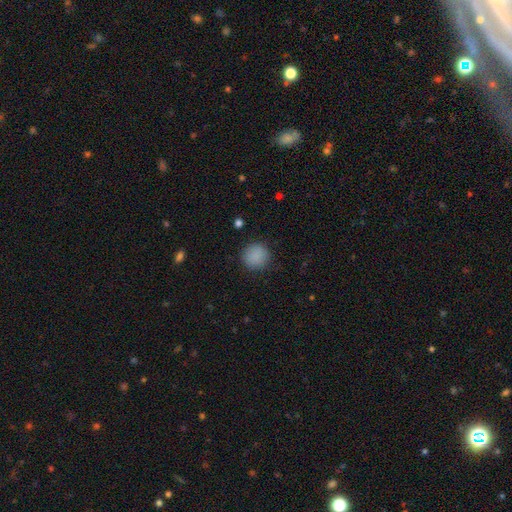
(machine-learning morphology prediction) A smooth galaxy with no disk features (88%) that is round (92%).

Vote fractions:
- Smooth or featured? smooth: 88% / star or artifact: 9% / featured or disk: 3%
- How rounded? round: 92% / in between: 7% / cigar-shaped: 1%
- Merging? none: 88% / minor disturbance: 8% / major disturbance: 3% / merger: 1%